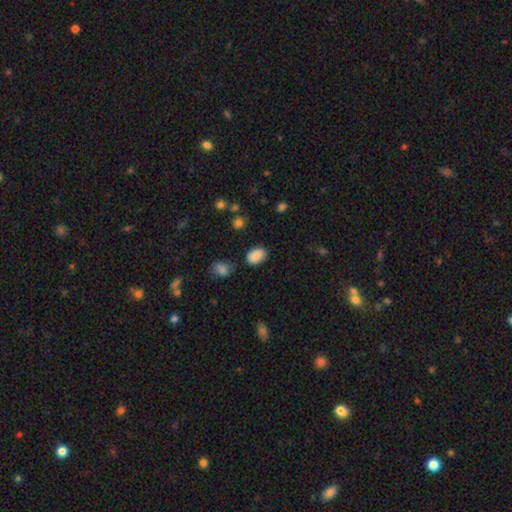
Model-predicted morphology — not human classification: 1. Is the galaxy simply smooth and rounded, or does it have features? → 86% smooth, 9% star or artifact, 4% featured or disk.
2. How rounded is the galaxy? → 85% in between, 14% round, 1% cigar-shaped.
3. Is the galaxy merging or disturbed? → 78% none, 15% minor disturbance, 4% major disturbance, 3% merger.